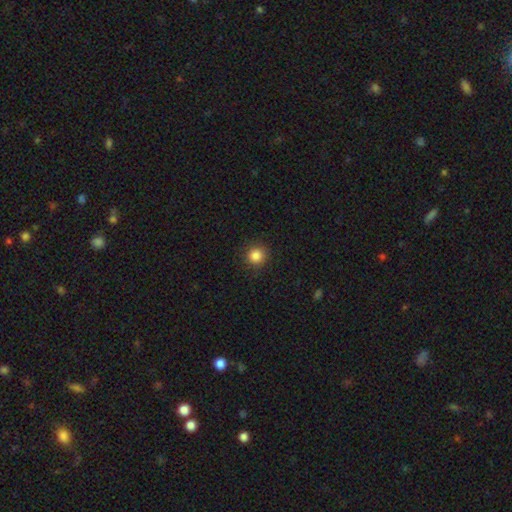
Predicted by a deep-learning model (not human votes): This is clearly a smooth galaxy (85%). How rounded: clearly round (94%). Merging: clearly none (90%).